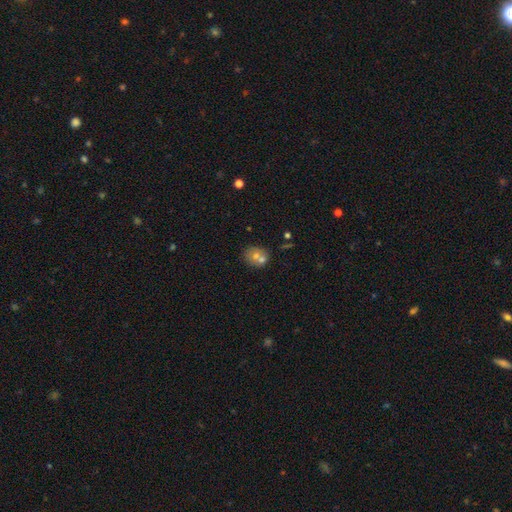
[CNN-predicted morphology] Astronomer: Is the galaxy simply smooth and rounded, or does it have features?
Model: smooth — 63%.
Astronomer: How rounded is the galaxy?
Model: round — 70%.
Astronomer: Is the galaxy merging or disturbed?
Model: none — 48% (runner-up: merger, 39%).